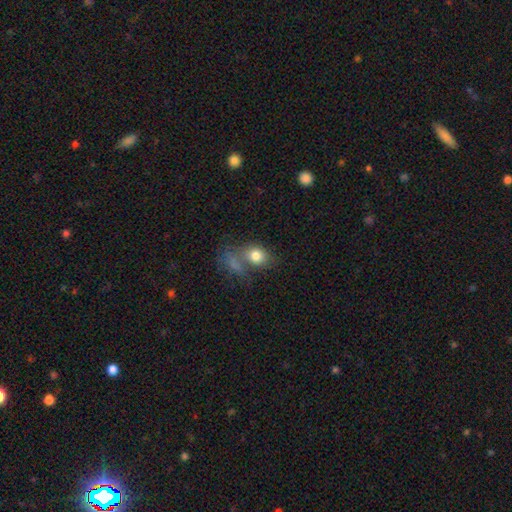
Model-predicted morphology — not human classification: Smooth or featured?
  - smooth: 79% *
  - featured or disk: 12%
  - star or artifact: 9%
How rounded?
  - in between: 53% *
  - round: 45%
  - cigar-shaped: 2%
Merging?
  - merger: 39% *
  - none: 35%
  - minor disturbance: 14%
  - major disturbance: 13%